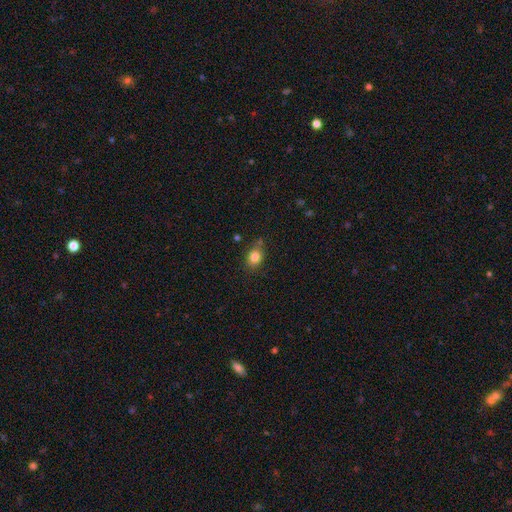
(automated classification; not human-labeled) A smooth galaxy with no disk features (83%) that is in between round and cigar-shaped (53%).

Vote fractions:
- Smooth or featured? smooth: 83% / star or artifact: 10% / featured or disk: 7%
- How rounded? in between: 53% / round: 46% / cigar-shaped: 1%
- Merging? none: 74% / minor disturbance: 17% / merger: 5% / major disturbance: 4%